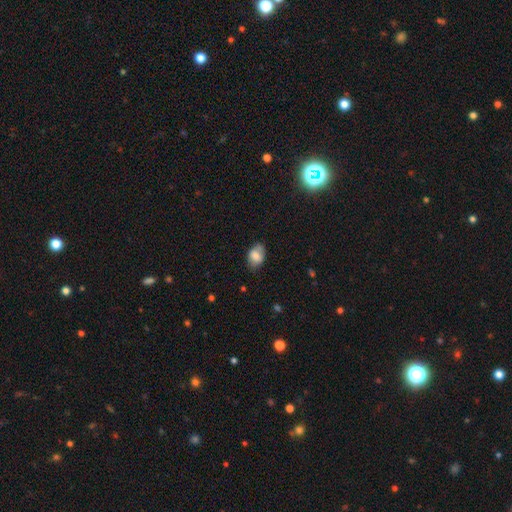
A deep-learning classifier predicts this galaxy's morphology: A smooth galaxy with no disk features (74%) that is in between round and cigar-shaped (82%). Merging: none (66%).